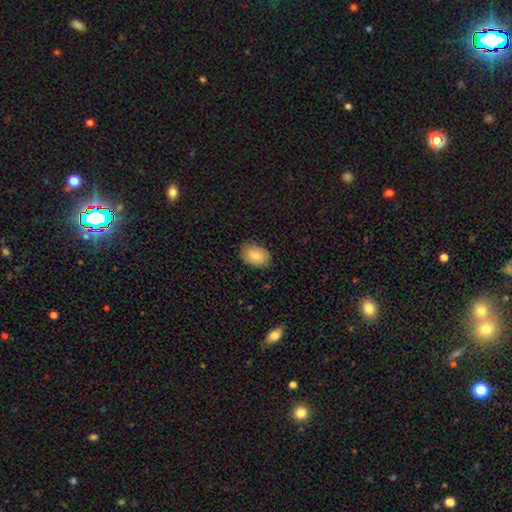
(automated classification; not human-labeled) Smooth or featured? Predicted: smooth (p=0.82). How rounded? Predicted: in between (p=0.83). Merging? Predicted: none (p=0.85).